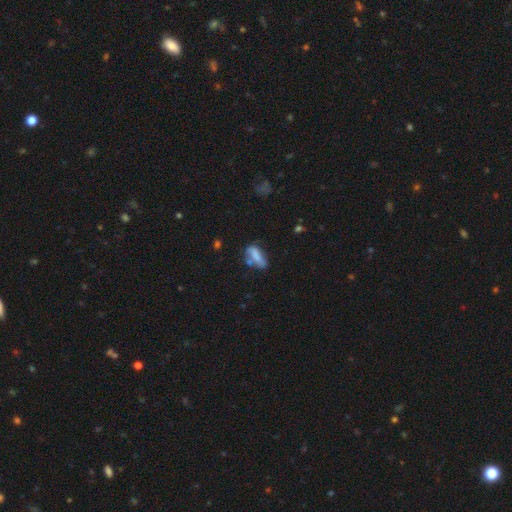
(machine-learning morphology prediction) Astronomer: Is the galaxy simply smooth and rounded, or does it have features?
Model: smooth — 72%.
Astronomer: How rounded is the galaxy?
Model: in between — 63%.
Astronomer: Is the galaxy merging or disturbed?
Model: none — 46% (runner-up: minor disturbance, 26%).